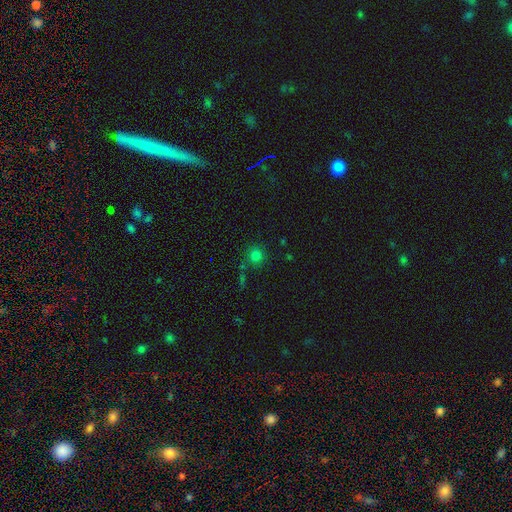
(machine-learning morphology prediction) This is likely a smooth galaxy (76%). How rounded: clearly round (90%). Merging: likely none (77%).